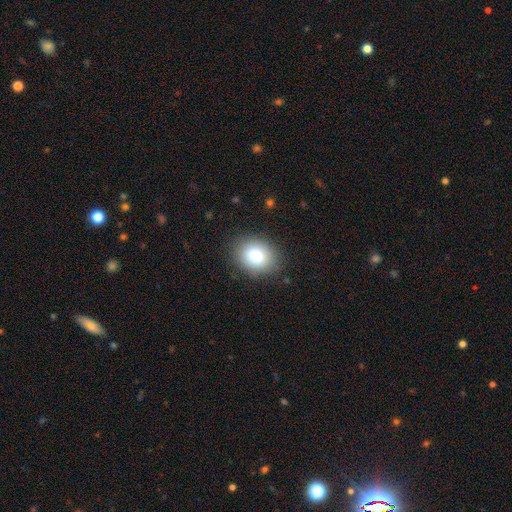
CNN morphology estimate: Smooth or featured? smooth (80%)
How rounded? in between (52%)
Merging? none (86%)